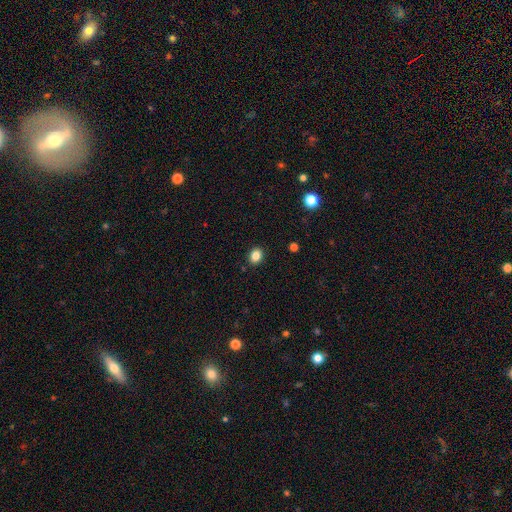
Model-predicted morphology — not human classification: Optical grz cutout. It shows a smooth galaxy with no disk features (85%) that is in between round and cigar-shaped (54%). Merging: none (89%).